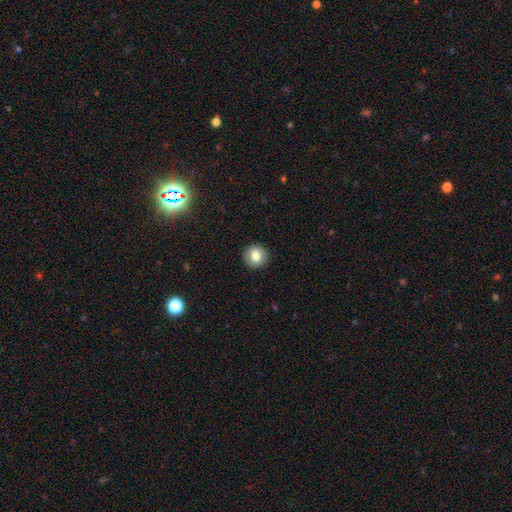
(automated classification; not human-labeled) Smooth or featured? smooth (79%)
How rounded? round (89%)
Merging? none (91%)